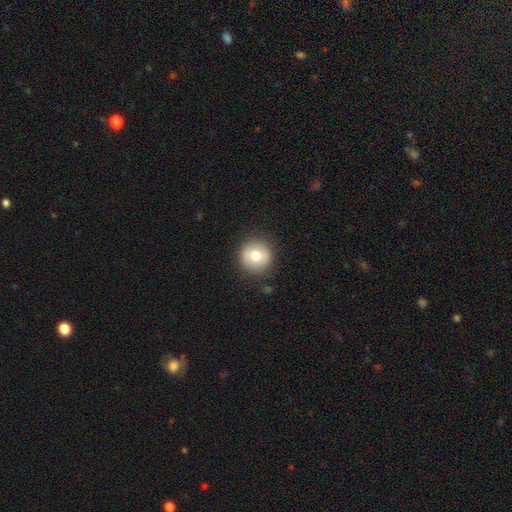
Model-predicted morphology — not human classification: smooth-or-featured: smooth: 72% | featured or disk: 20% | star or artifact: 8%
  how-rounded: round: 95% | in between: 4% | cigar-shaped: 1%
  merging: none: 88% | minor disturbance: 8% | major disturbance: 3% | merger: 1%